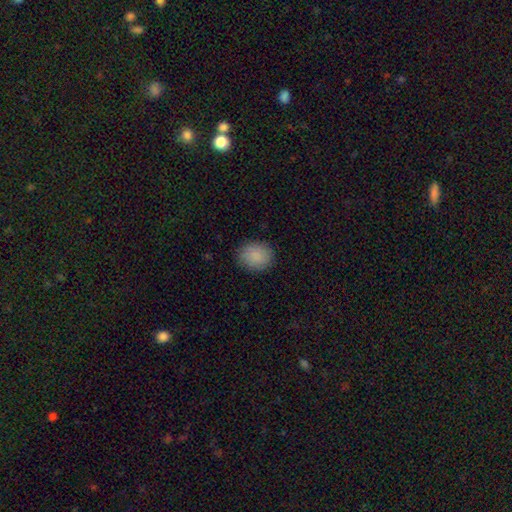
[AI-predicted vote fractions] Q: Smooth or featured?
A: smooth (89%); runner-up: star or artifact (7%)
Q: How rounded?
A: round (61%); runner-up: in between (38%)
Q: Merging?
A: none (86%); runner-up: minor disturbance (10%)